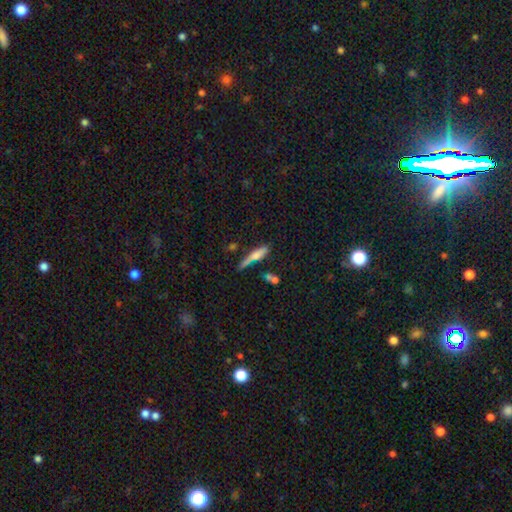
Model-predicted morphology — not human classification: This is likely a smooth galaxy (62%). How rounded: clearly cigar-shaped (83%). Merging: possibly none (59%).